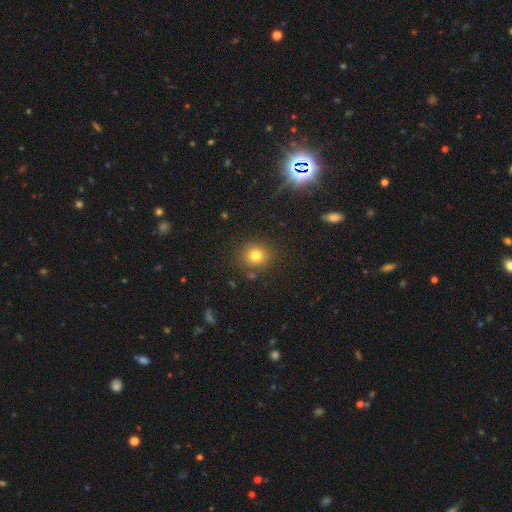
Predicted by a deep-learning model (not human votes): Morphology: type=smooth (78%); roundness=round (83%); merging=none (84%).